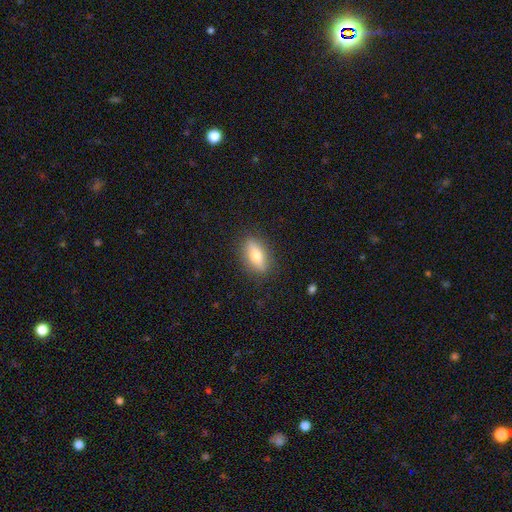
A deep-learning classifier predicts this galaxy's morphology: Q: Smooth or featured?
A: smooth (59%); runner-up: featured or disk (34%)
Q: How rounded?
A: in between (71%); runner-up: cigar-shaped (23%)
Q: Merging?
A: none (86%); runner-up: minor disturbance (10%)